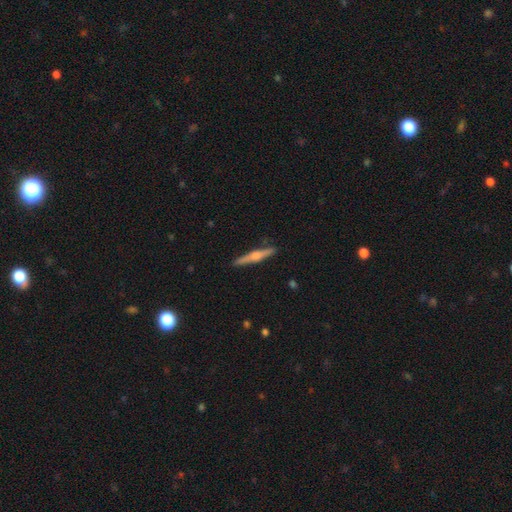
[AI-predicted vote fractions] Smooth or featured? Predicted: featured or disk (p=0.59). Edge-on disk? Predicted: yes (p=0.98). Edge-on bulge? Predicted: rounded (p=0.80). Merging? Predicted: none (p=0.89).